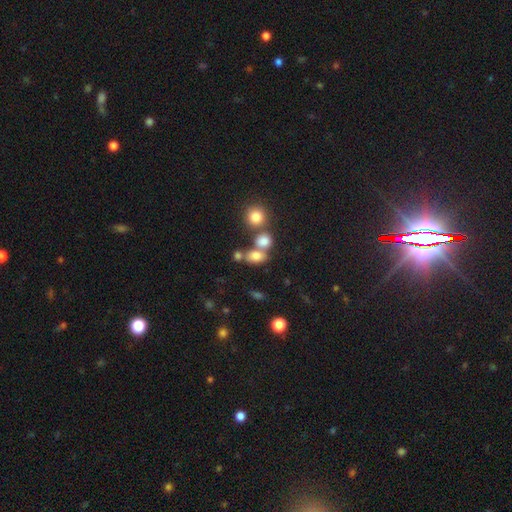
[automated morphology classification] Q: Smooth or featured?
A: smooth (77%); runner-up: star or artifact (13%)
Q: How rounded?
A: in between (67%); runner-up: round (30%)
Q: Merging?
A: none (45%); runner-up: merger (38%)